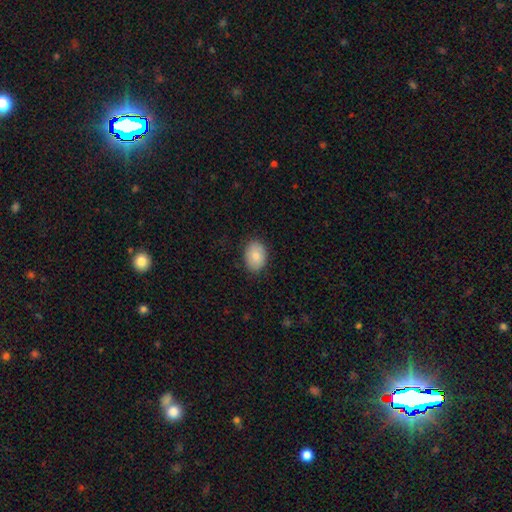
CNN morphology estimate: smooth-or-featured: smooth: 84% | featured or disk: 9% | star or artifact: 7%
  how-rounded: in between: 77% | round: 22% | cigar-shaped: 1%
  merging: none: 86% | minor disturbance: 11% | major disturbance: 2% | merger: 1%